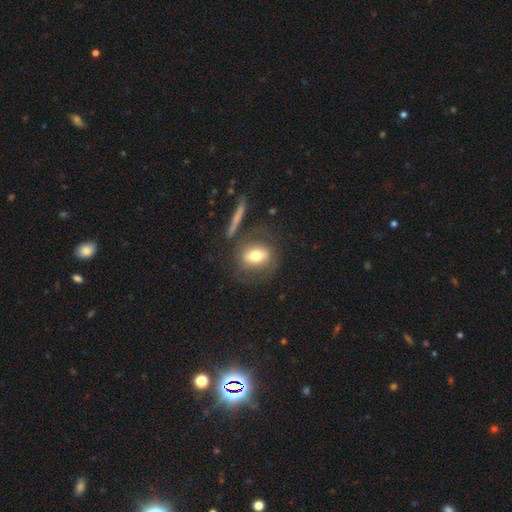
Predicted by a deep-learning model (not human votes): This appears to be a smooth galaxy with no disk features (62%) that is in between round and cigar-shaped (53%). Merging: none (68%).